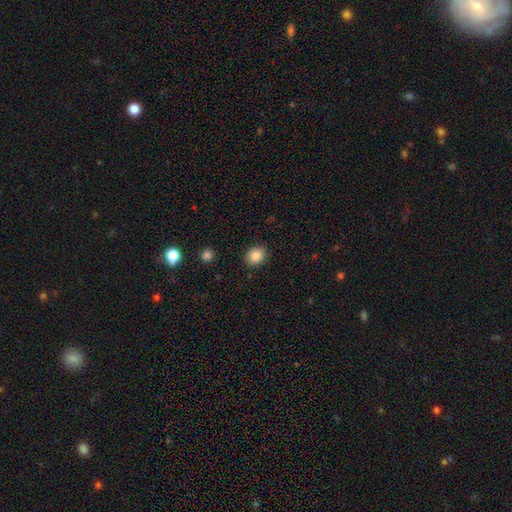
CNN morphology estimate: smooth 84%, star or artifact 9%, featured or disk 7%. Down the decision tree: how rounded — round (58%); merging — none (89%).